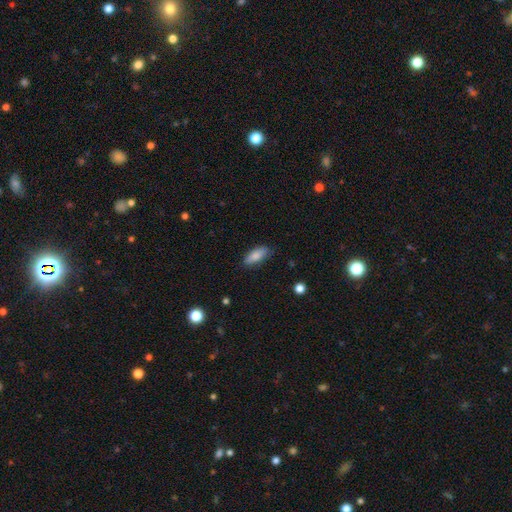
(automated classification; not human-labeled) Smooth or featured? smooth (80%)
How rounded? in between (74%)
Merging? none (82%)